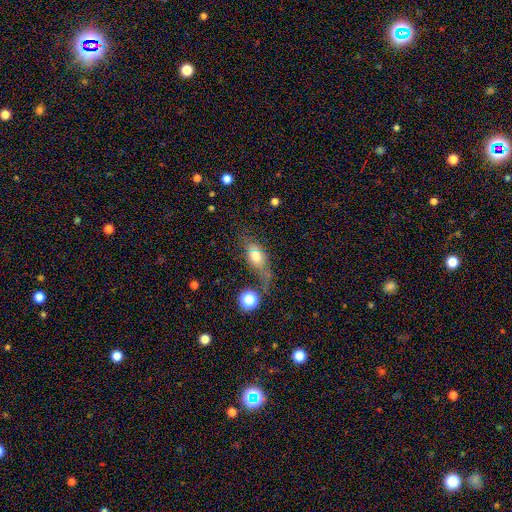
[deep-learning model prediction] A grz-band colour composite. It shows a smooth galaxy with no disk features (60%) that is in between round and cigar-shaped (69%). Merging: none (46%).